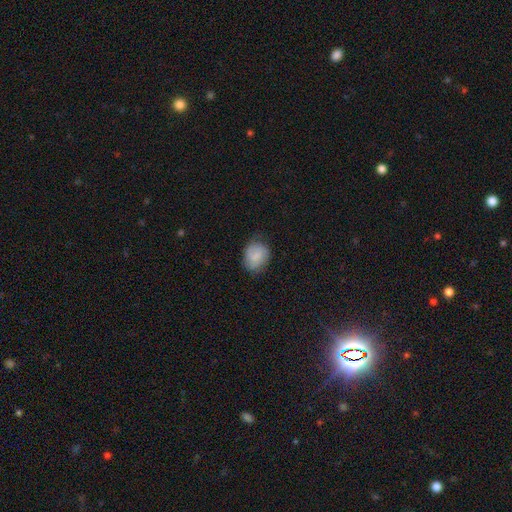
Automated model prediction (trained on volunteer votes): smooth_or_featured: smooth (p=0.79) [alt: featured or disk p=0.14]
how_rounded: round (p=0.54) [alt: in between p=0.45]
merging: none (p=0.69) [alt: minor disturbance p=0.24]